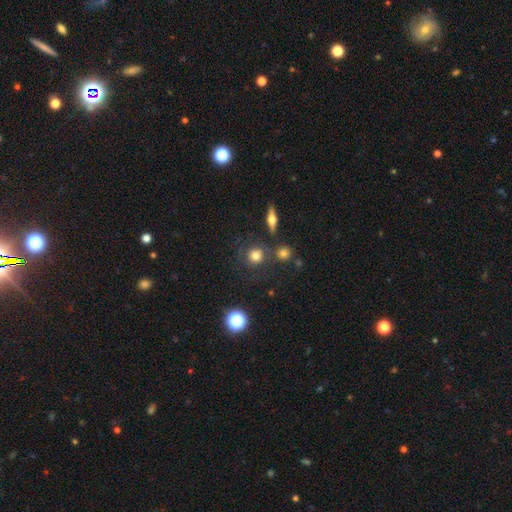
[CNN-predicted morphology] smooth_or_featured: smooth (p=0.73) [alt: star or artifact p=0.14]
how_rounded: round (p=0.87) [alt: in between p=0.11]
merging: none (p=0.73) [alt: minor disturbance p=0.12]